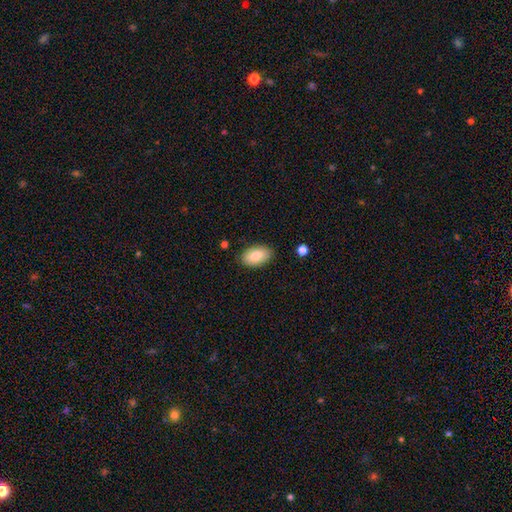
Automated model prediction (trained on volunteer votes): Morphology: type=smooth (82%); roundness=in between (93%); merging=none (86%).